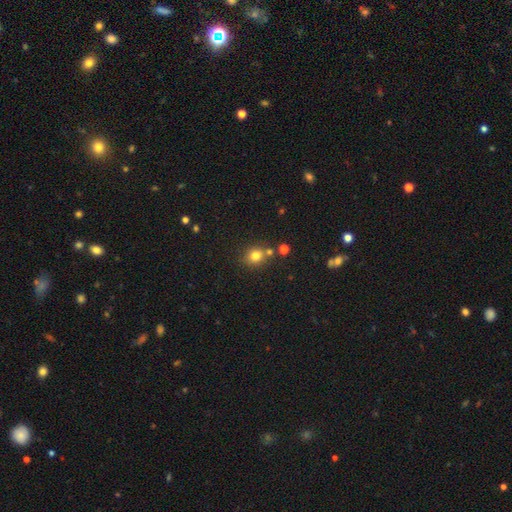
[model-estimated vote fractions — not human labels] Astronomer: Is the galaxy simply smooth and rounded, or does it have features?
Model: smooth — 77%.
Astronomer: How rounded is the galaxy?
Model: round — 80%.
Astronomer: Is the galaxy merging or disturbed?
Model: none — 71%.